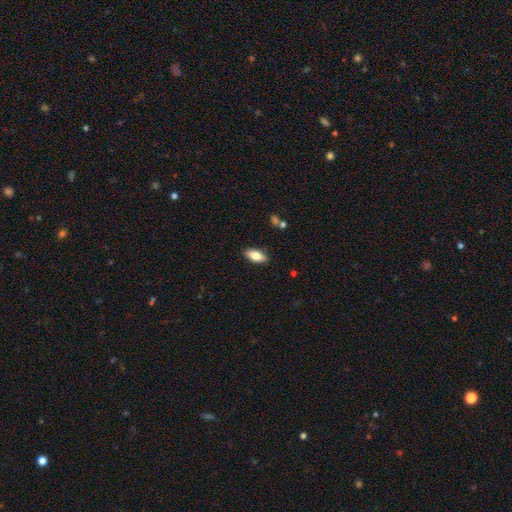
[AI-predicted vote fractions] The model was most divided on "smooth or featured": smooth: 82%, featured or disk: 11%, star or artifact: 7%. More confident: merging — none (88%); how rounded — in between (87%).